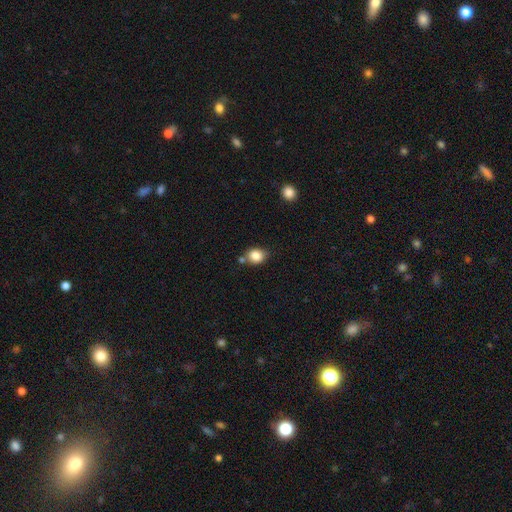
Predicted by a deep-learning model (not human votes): smooth 84%, star or artifact 10%, featured or disk 7%. Down the decision tree: how rounded — round (52%); merging — none (66%).